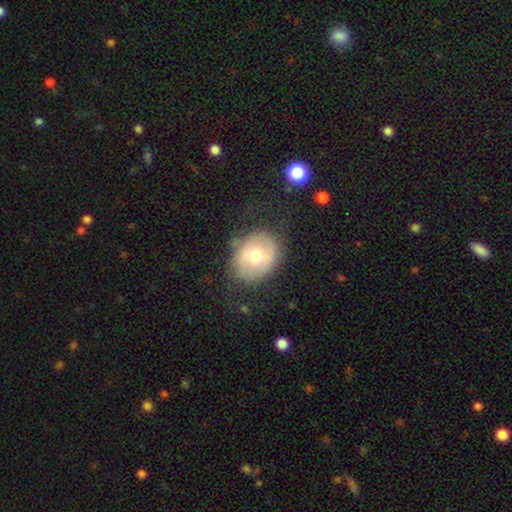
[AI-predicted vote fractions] smooth-or-featured: smooth: 58% | featured or disk: 34% | star or artifact: 8%
  how-rounded: round: 51% | in between: 48% | cigar-shaped: 1%
  merging: none: 70% | minor disturbance: 19% | major disturbance: 9% | merger: 2%